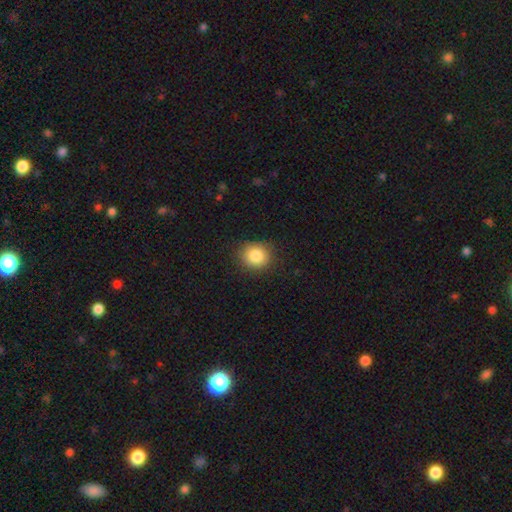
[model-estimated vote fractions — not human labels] A smooth galaxy with no disk features (85%) that is round (78%).

Vote fractions:
- Smooth or featured? smooth: 85% / star or artifact: 9% / featured or disk: 5%
- How rounded? round: 78% / in between: 21% / cigar-shaped: 1%
- Merging? none: 87% / minor disturbance: 9% / major disturbance: 3% / merger: 1%